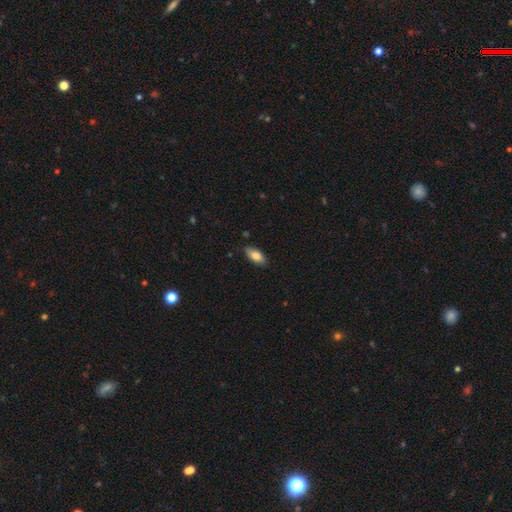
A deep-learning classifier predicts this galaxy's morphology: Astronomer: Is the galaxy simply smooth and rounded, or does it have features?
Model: smooth — 80%.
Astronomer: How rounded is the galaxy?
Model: in between — 86%.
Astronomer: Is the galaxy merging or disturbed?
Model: none — 85%.